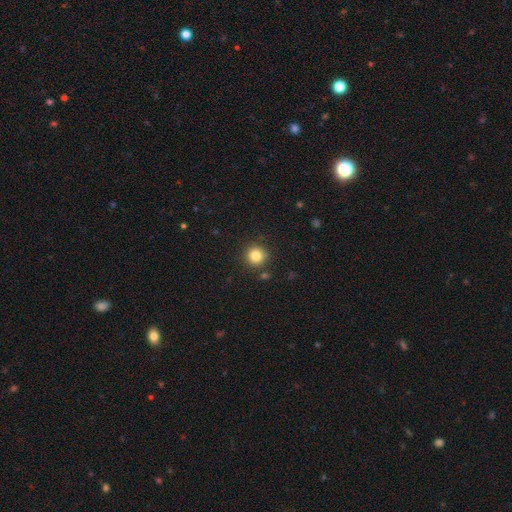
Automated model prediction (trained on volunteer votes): This is clearly a smooth galaxy (83%). How rounded: clearly round (94%). Merging: clearly none (87%).